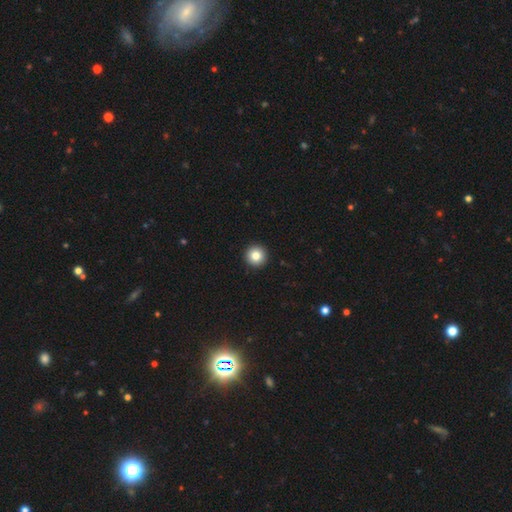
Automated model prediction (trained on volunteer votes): smooth 83%, star or artifact 10%, featured or disk 7%. Down the decision tree: how rounded — round (97%); merging — none (94%).